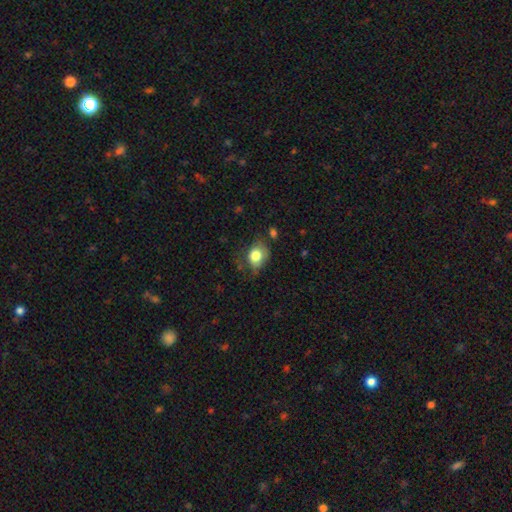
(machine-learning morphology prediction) Q: Smooth or featured?
A: smooth (78%); runner-up: featured or disk (14%)
Q: How rounded?
A: in between (57%); runner-up: round (42%)
Q: Merging?
A: none (51%); runner-up: minor disturbance (32%)